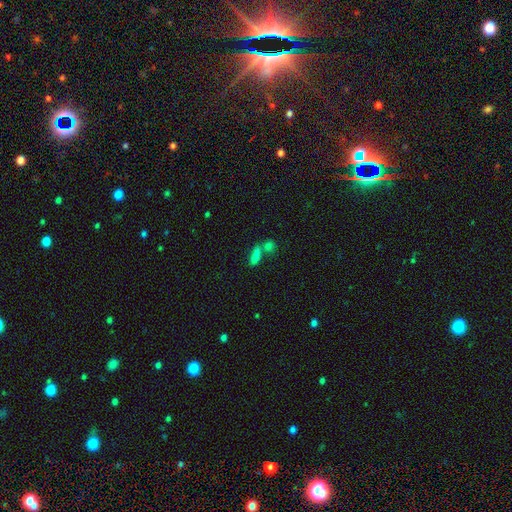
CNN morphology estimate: Q: Smooth or featured?
A: smooth (76%); runner-up: star or artifact (14%)
Q: How rounded?
A: cigar-shaped (50%); runner-up: in between (42%)
Q: Merging?
A: none (51%); runner-up: merger (34%)